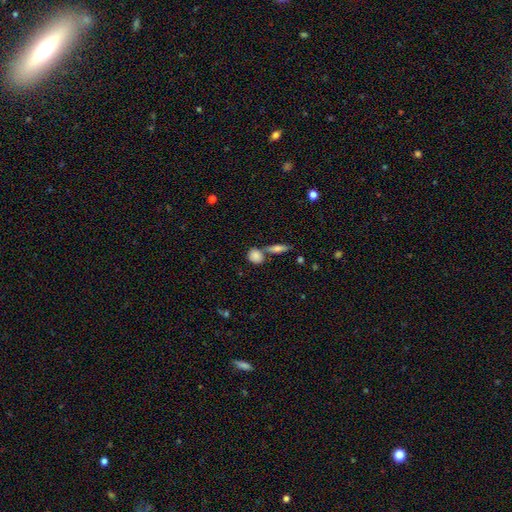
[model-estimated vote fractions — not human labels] smooth 83%, featured or disk 9%, star or artifact 8%. Down the decision tree: how rounded — round (67%); merging — none (56%).